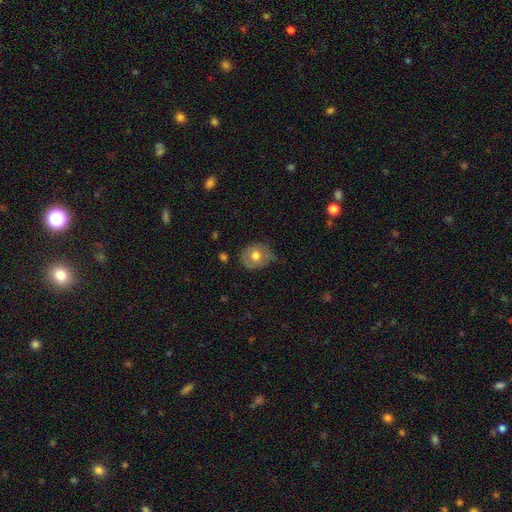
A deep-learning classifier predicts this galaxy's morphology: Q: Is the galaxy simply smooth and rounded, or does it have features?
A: smooth — 65%.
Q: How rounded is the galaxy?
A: round — 70%.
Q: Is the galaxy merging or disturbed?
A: none — 56%.